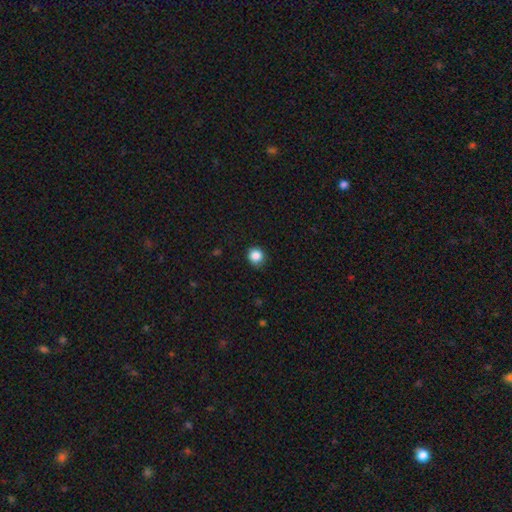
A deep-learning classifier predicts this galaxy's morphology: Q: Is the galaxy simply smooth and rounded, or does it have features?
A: smooth — 86%.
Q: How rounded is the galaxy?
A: round — 89%.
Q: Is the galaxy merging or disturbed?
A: none — 84%.